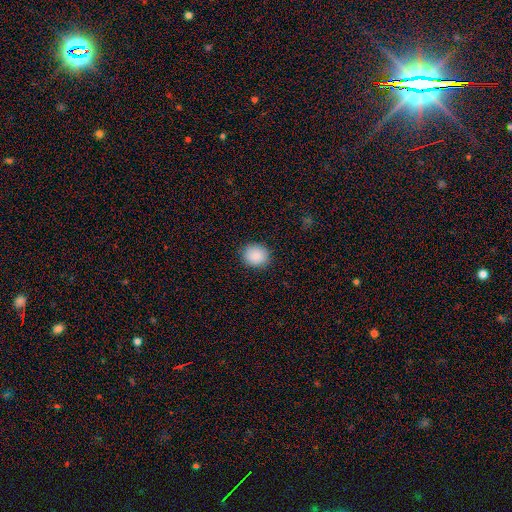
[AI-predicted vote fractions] Smooth or featured? Predicted: smooth (p=0.89). How rounded? Predicted: round (p=0.78). Merging? Predicted: none (p=0.90).